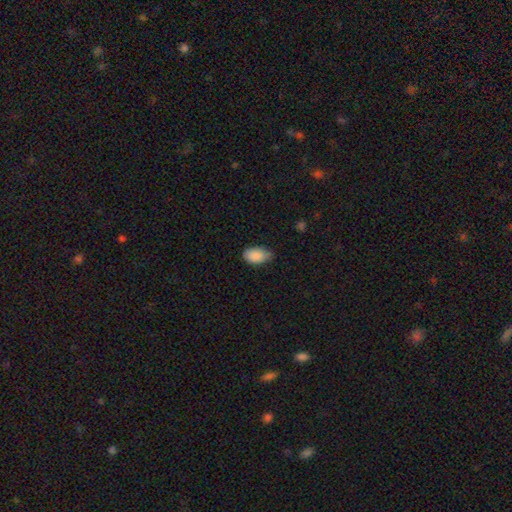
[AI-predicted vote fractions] Q: Smooth or featured?
A: smooth (89%); runner-up: star or artifact (7%)
Q: How rounded?
A: in between (92%); runner-up: round (6%)
Q: Merging?
A: none (66%); runner-up: minor disturbance (29%)